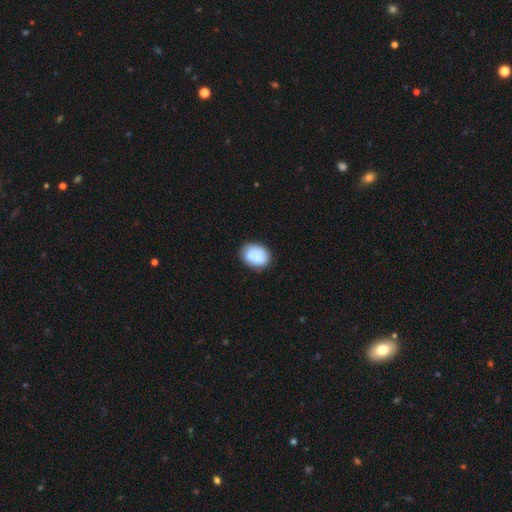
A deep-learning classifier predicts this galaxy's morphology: This is likely a smooth galaxy (76%). How rounded: likely in between (62%). Merging: likely none (61%).